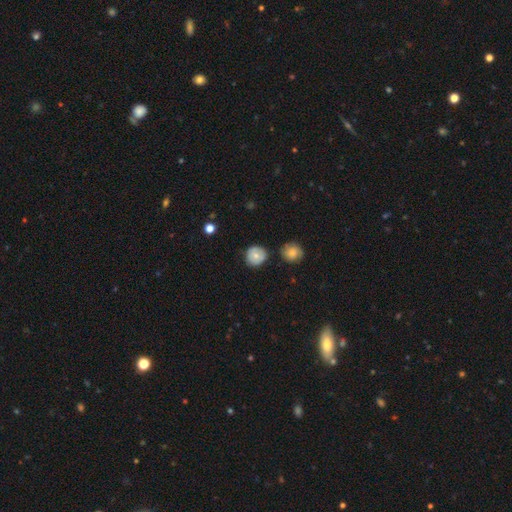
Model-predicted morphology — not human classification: This appears to be a smooth galaxy with no disk features (72%) that is round (91%). Merging: none (78%).